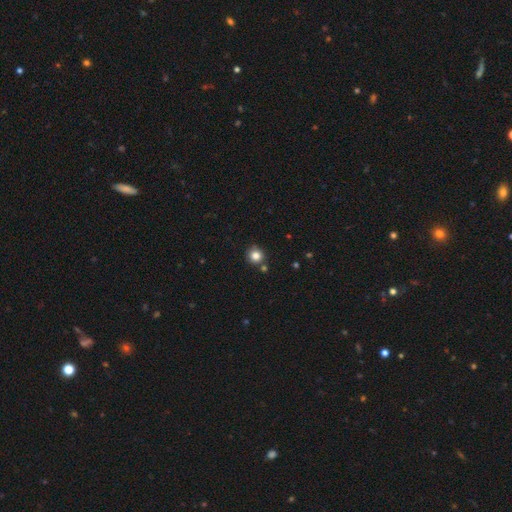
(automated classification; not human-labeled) smooth_or_featured: smooth (p=0.82) [alt: star or artifact p=0.12]
how_rounded: round (p=0.92) [alt: in between p=0.07]
merging: none (p=0.81) [alt: minor disturbance p=0.10]